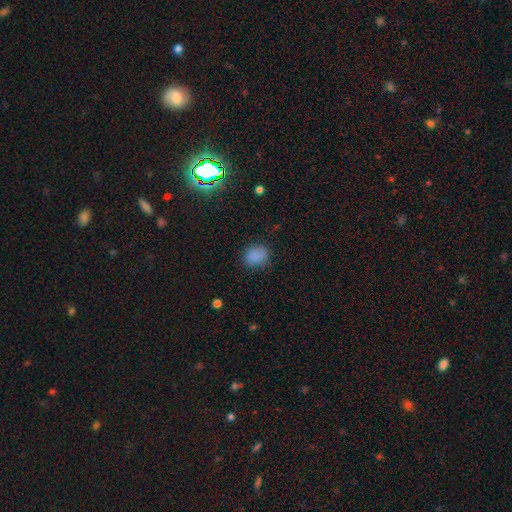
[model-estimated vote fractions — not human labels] Q: Smooth or featured?
A: smooth (84%); runner-up: star or artifact (12%)
Q: How rounded?
A: round (58%); runner-up: in between (41%)
Q: Merging?
A: none (81%); runner-up: minor disturbance (14%)